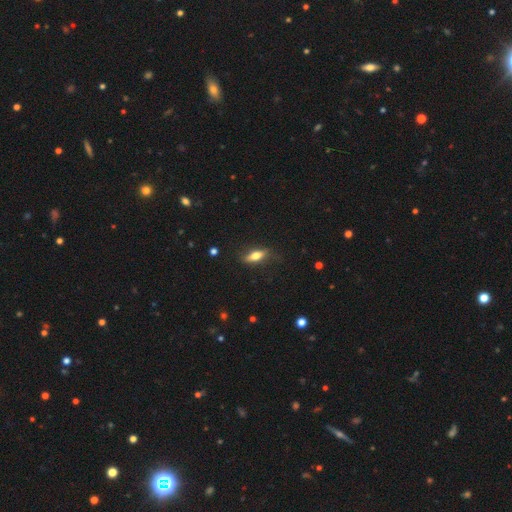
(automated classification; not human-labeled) smooth 62%, featured or disk 31%, star or artifact 7%. Down the decision tree: how rounded — in between (61%); merging — none (76%).